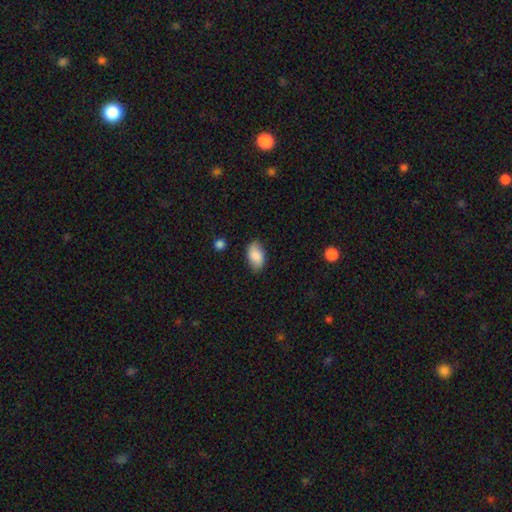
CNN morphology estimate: Q: Smooth or featured?
A: smooth (86%); runner-up: featured or disk (7%)
Q: How rounded?
A: in between (93%); runner-up: round (5%)
Q: Merging?
A: none (81%); runner-up: minor disturbance (15%)